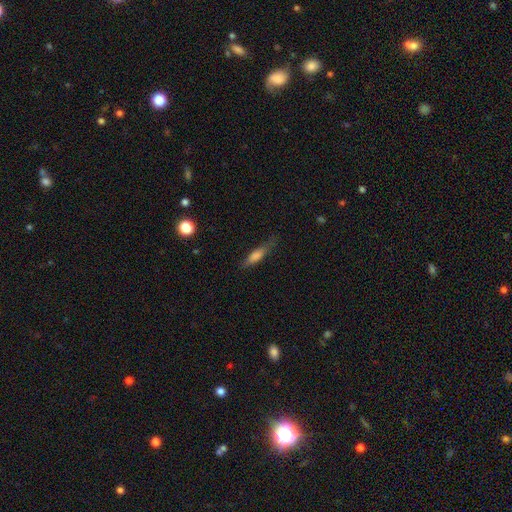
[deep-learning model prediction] smooth 68%, featured or disk 24%, star or artifact 8%. Down the decision tree: how rounded — cigar-shaped (69%); merging — none (69%).